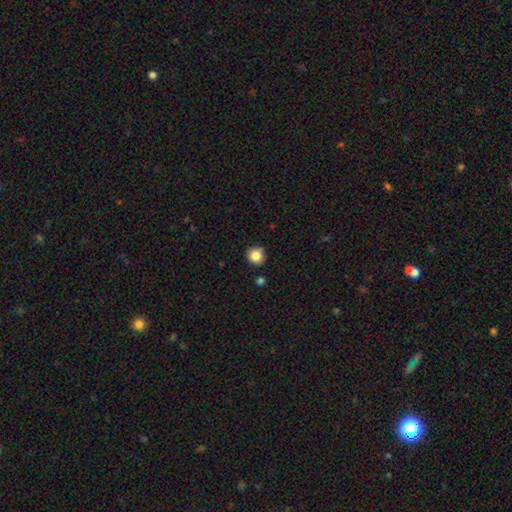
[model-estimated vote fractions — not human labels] Smooth or featured? Predicted: smooth (p=0.83). How rounded? Predicted: round (p=0.89). Merging? Predicted: none (p=0.82).